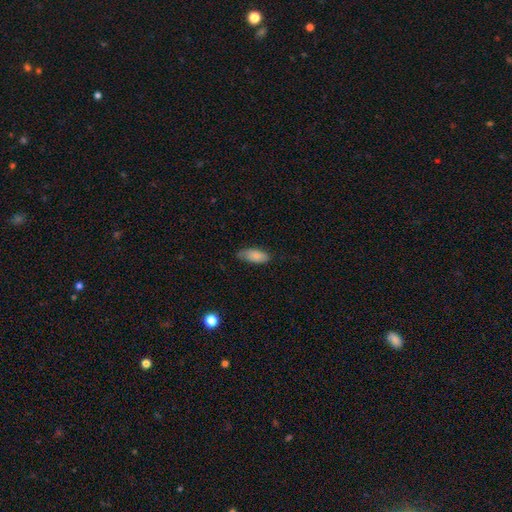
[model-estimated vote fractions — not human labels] Smooth or featured: smooth — 83% (featured or disk — 10%)
How rounded: in between — 88% (cigar-shaped — 10%)
Merging: none — 67% (minor disturbance — 27%)